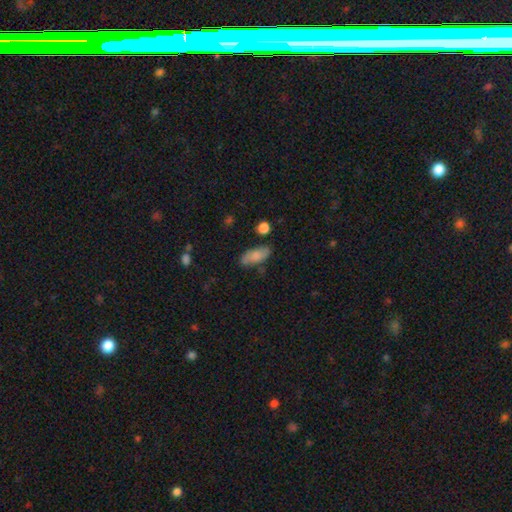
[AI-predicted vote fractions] smooth-or-featured: smooth: 75% | featured or disk: 18% | star or artifact: 7%
  how-rounded: in between: 79% | cigar-shaped: 17% | round: 3%
  merging: none: 73% | minor disturbance: 19% | major disturbance: 5% | merger: 4%